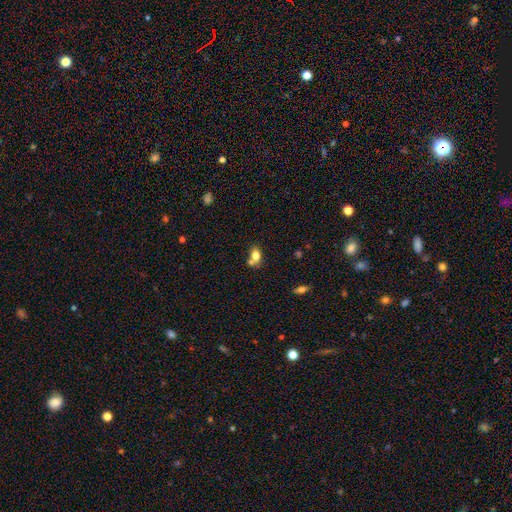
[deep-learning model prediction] This is likely a smooth galaxy (76%). How rounded: likely in between (71%). Merging: marginally merger (43%).